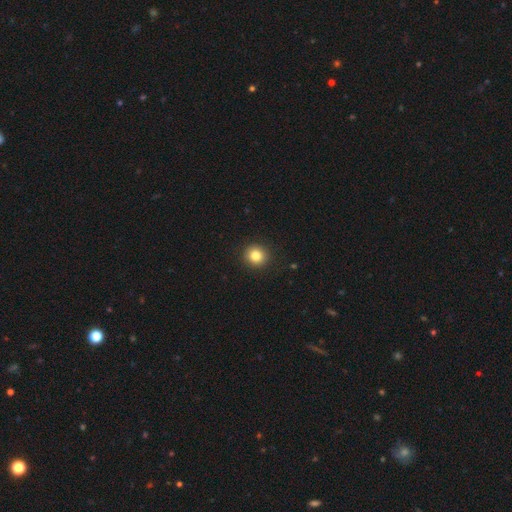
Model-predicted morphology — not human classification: smooth-or-featured: smooth: 83% | star or artifact: 11% | featured or disk: 6%
  how-rounded: round: 90% | in between: 9% | cigar-shaped: 1%
  merging: none: 92% | minor disturbance: 5% | major disturbance: 2% | merger: 1%